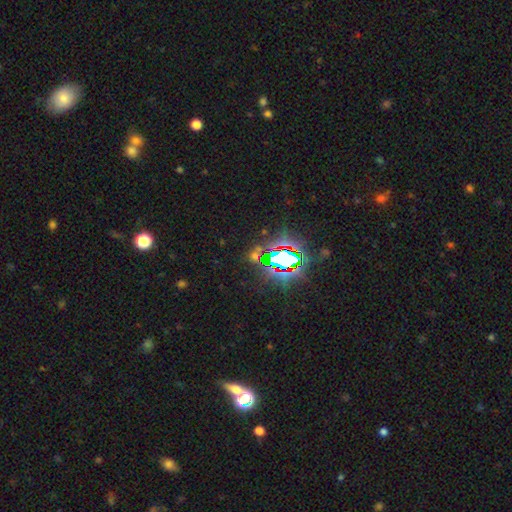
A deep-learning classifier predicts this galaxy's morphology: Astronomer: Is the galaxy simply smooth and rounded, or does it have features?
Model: star or artifact — 77%.